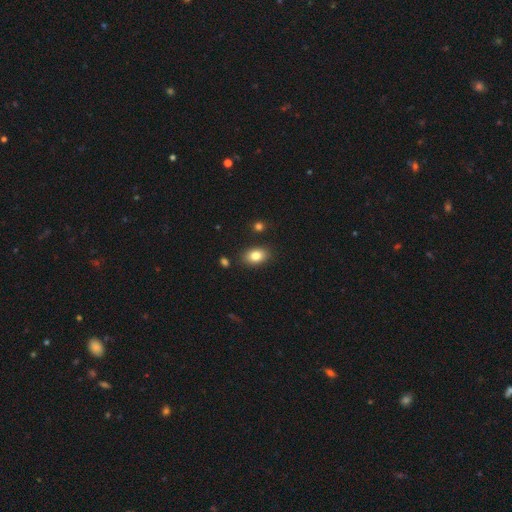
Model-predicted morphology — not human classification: This appears to be a smooth galaxy with no disk features (83%) that is in between round and cigar-shaped (83%). Merging: none (85%).